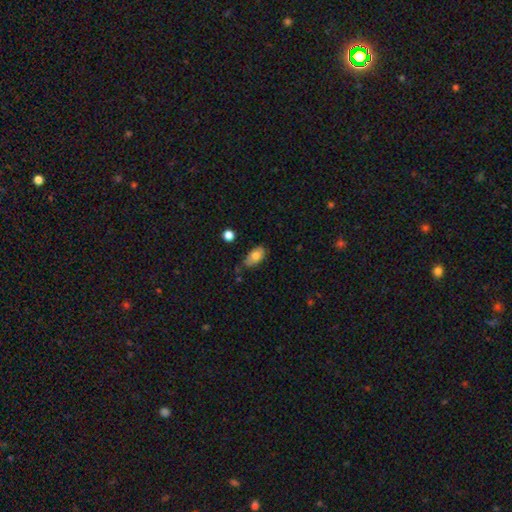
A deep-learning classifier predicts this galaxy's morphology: Smooth or featured?
  - smooth: 79% *
  - featured or disk: 14%
  - star or artifact: 7%
How rounded?
  - in between: 90% *
  - round: 6%
  - cigar-shaped: 4%
Merging?
  - none: 62% *
  - minor disturbance: 29%
  - major disturbance: 5%
  - merger: 4%